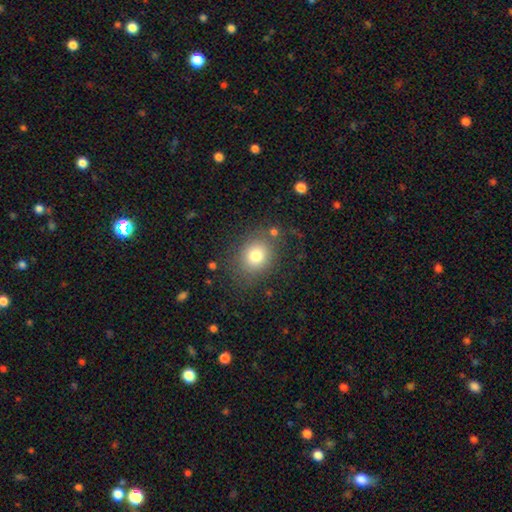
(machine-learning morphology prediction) Smooth or featured? smooth (77%)
How rounded? round (62%)
Merging? none (76%)